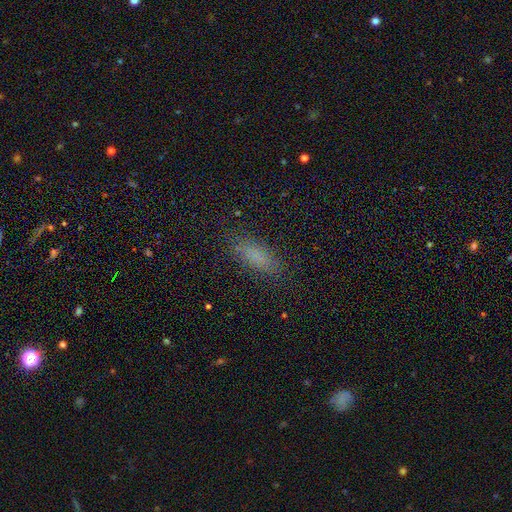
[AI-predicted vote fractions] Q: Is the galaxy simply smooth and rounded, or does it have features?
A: smooth — 80%.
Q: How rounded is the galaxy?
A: in between — 65%.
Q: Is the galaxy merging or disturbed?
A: none — 84%.